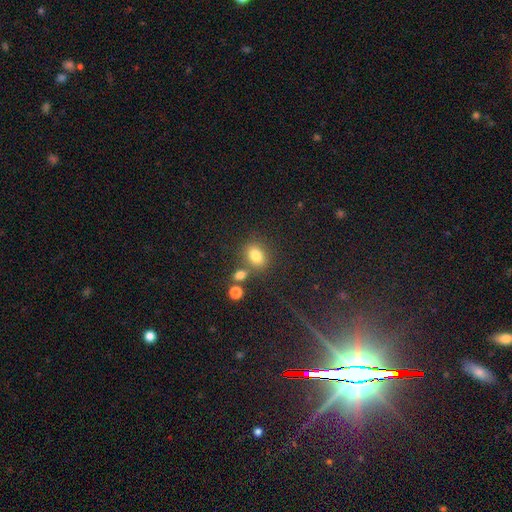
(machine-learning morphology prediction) Q: Smooth or featured?
A: smooth (79%); runner-up: star or artifact (13%)
Q: How rounded?
A: in between (61%); runner-up: round (37%)
Q: Merging?
A: none (66%); runner-up: merger (17%)